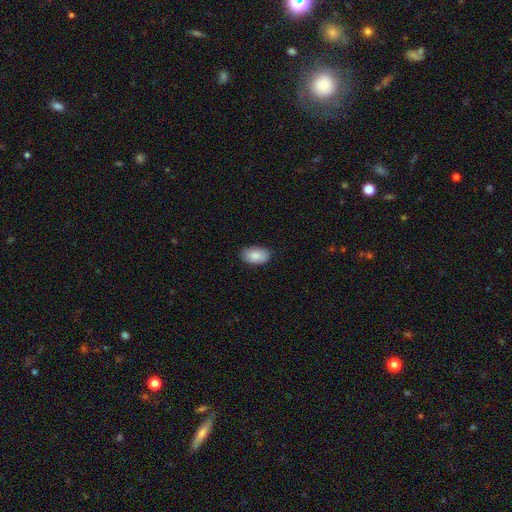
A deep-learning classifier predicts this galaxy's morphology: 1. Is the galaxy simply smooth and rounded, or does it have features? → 87% smooth, 7% featured or disk, 6% star or artifact.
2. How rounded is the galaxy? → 93% in between, 6% round, 1% cigar-shaped.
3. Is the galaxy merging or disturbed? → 84% none, 13% minor disturbance, 2% major disturbance, 1% merger.